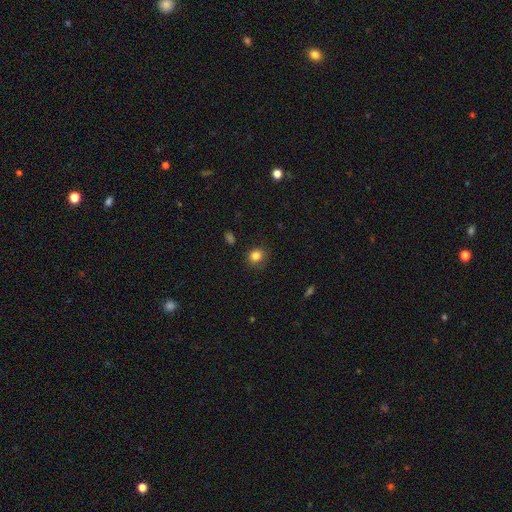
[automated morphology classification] Smooth or featured?
  - smooth: 83% *
  - star or artifact: 11%
  - featured or disk: 6%
How rounded?
  - round: 74% *
  - in between: 25%
  - cigar-shaped: 1%
Merging?
  - none: 82% *
  - minor disturbance: 13%
  - major disturbance: 4%
  - merger: 1%